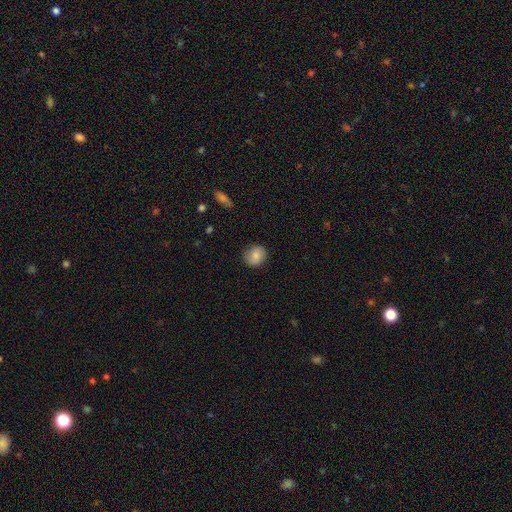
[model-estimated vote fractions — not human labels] smooth-or-featured: smooth: 82% | featured or disk: 10% | star or artifact: 8%
  how-rounded: round: 82% | in between: 17% | cigar-shaped: 1%
  merging: none: 85% | minor disturbance: 12% | major disturbance: 3% | merger: 1%